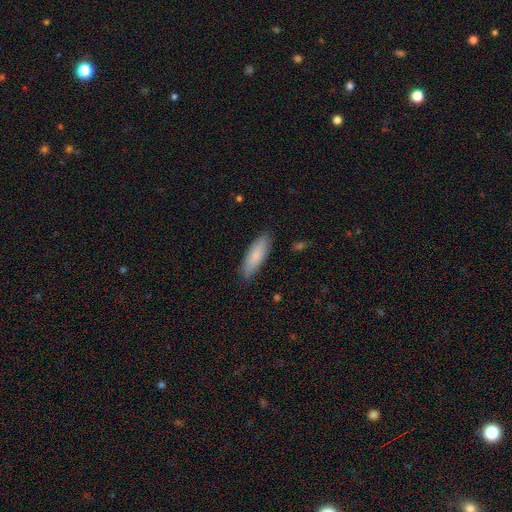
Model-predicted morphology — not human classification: type=smooth (79%); roundness=in between (55%); merging=none (84%).